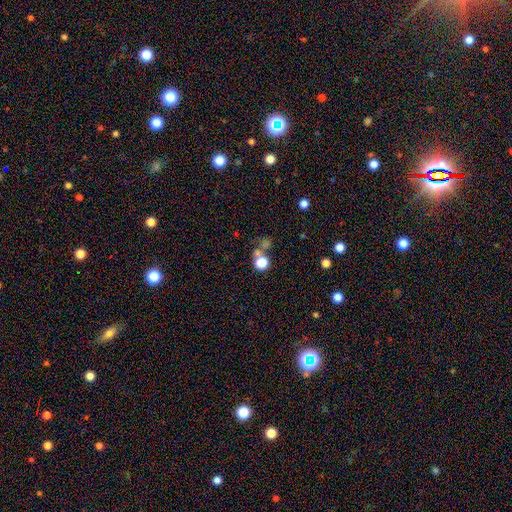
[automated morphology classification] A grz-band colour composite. It shows a star or artifact, not a galaxy (48%).